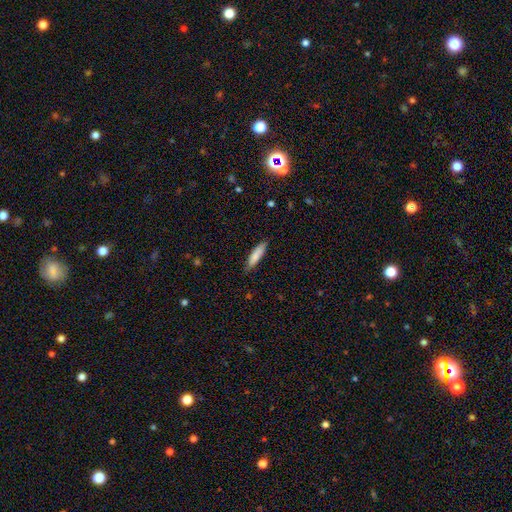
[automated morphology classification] A smooth galaxy with no disk features (83%) that is cigar-shaped (74%).

Vote fractions:
- Smooth or featured? smooth: 83% / featured or disk: 11% / star or artifact: 6%
- How rounded? cigar-shaped: 74% / in between: 24% / round: 1%
- Merging? none: 84% / minor disturbance: 12% / major disturbance: 2% / merger: 1%